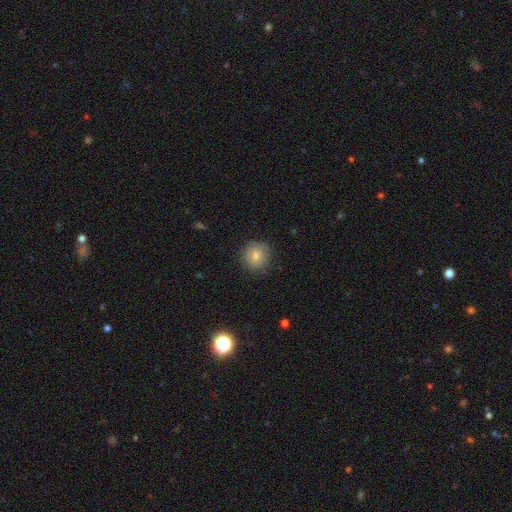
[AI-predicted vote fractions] smooth-or-featured: smooth: 70% | featured or disk: 17% | star or artifact: 13%
  how-rounded: round: 93% | in between: 6% | cigar-shaped: 1%
  merging: none: 84% | minor disturbance: 12% | major disturbance: 3% | merger: 1%